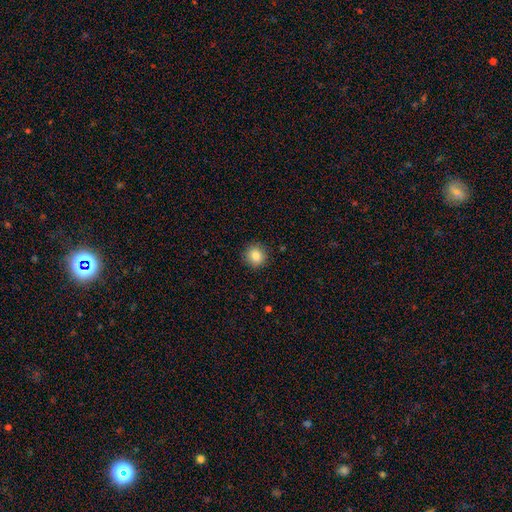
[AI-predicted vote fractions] This appears to be a smooth galaxy with no disk features (84%) that is round (93%). Merging: none (91%).